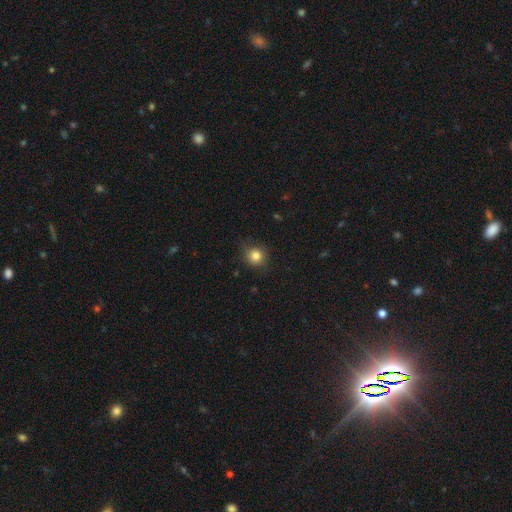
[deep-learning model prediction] A smooth galaxy with no disk features (82%) that is round (89%). Merging: none (80%).